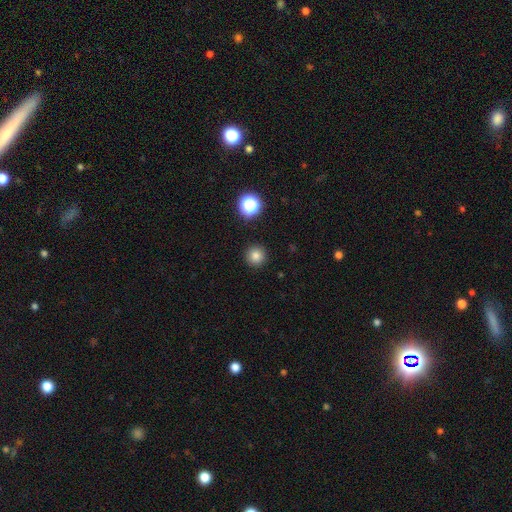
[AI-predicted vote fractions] Overall: smooth (81%). How rounded: round (96%). Merging: none (92%).